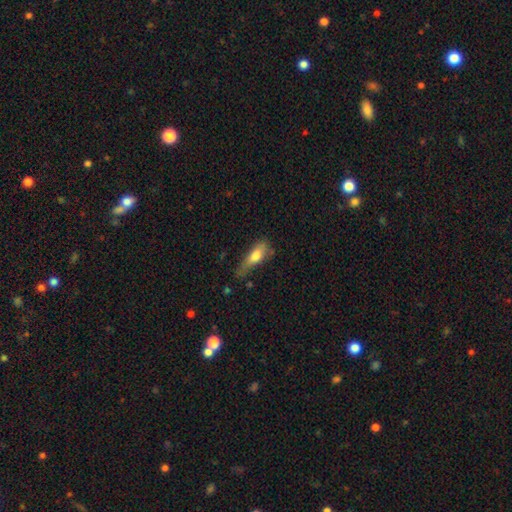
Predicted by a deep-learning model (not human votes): A smooth galaxy with no disk features (71%) that is in between round and cigar-shaped (55%). Merging: none (38%, tied with minor disturbance).